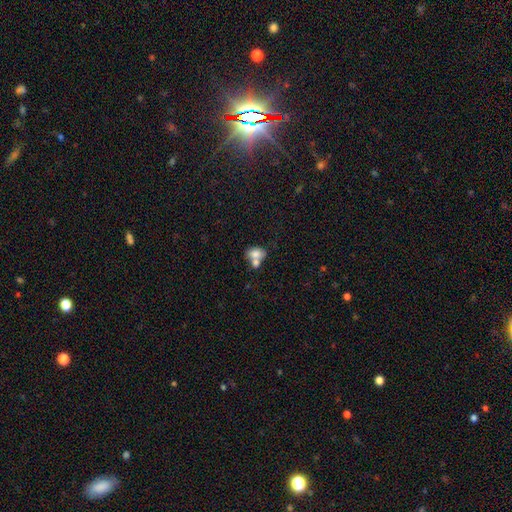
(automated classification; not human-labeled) The model was most divided on "merging": merger: 59%, none: 25%, minor disturbance: 10%, major disturbance: 5%. More confident: how rounded — in between (75%); smooth or featured — smooth (73%).